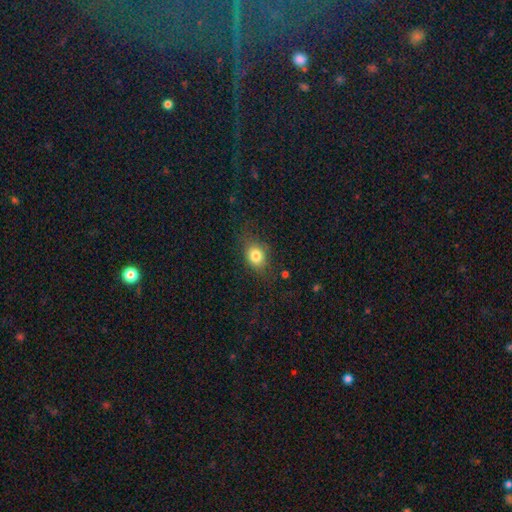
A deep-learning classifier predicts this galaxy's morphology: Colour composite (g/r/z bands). It shows a smooth galaxy with no disk features (80%) that is in between round and cigar-shaped (53%). Merging: none (72%).